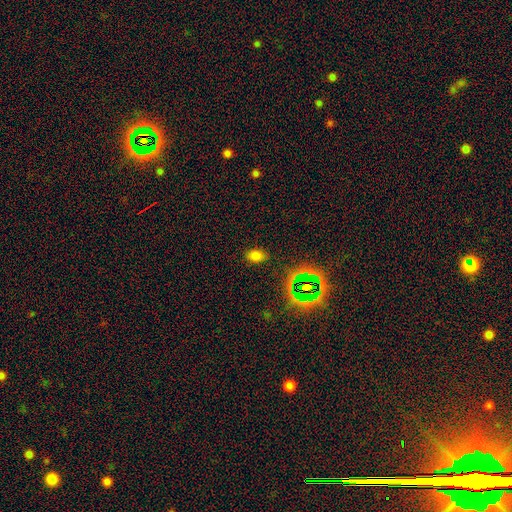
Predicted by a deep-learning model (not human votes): smooth-or-featured: smooth: 71% | star or artifact: 22% | featured or disk: 7%
  how-rounded: in between: 82% | round: 16% | cigar-shaped: 2%
  merging: none: 84% | minor disturbance: 11% | major disturbance: 3% | merger: 1%